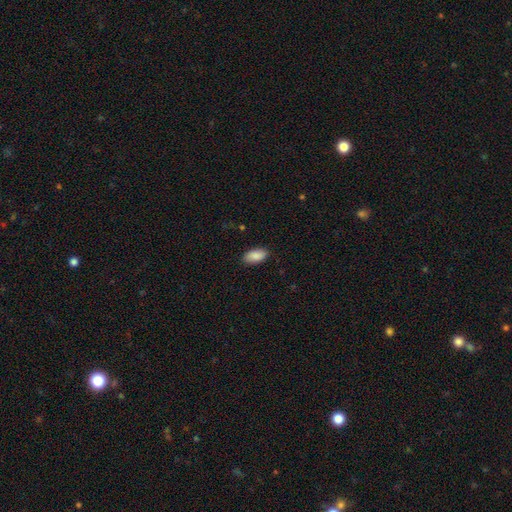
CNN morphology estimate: This is clearly a smooth galaxy (89%). How rounded: clearly in between (93%). Merging: clearly none (87%).